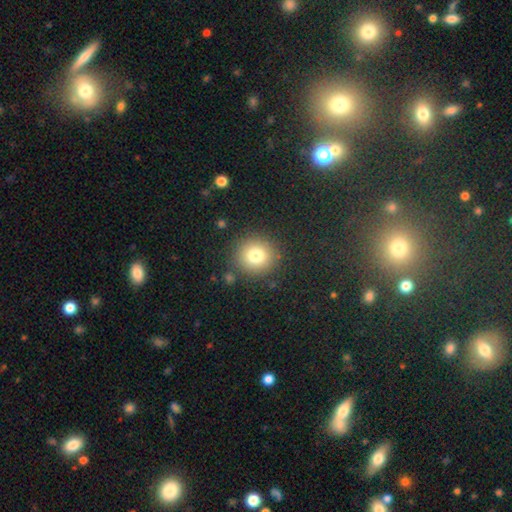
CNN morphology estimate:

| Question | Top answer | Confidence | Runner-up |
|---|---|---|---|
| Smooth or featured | smooth | 78% | star or artifact (13%) |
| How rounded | round | 92% | in between (7%) |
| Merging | none | 87% | minor disturbance (7%) |